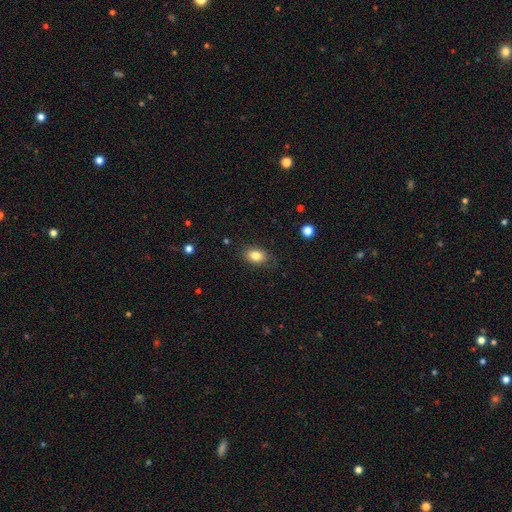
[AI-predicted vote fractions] Smooth or featured: smooth — 83% (star or artifact — 9%)
How rounded: in between — 80% (round — 19%)
Merging: none — 82% (minor disturbance — 14%)